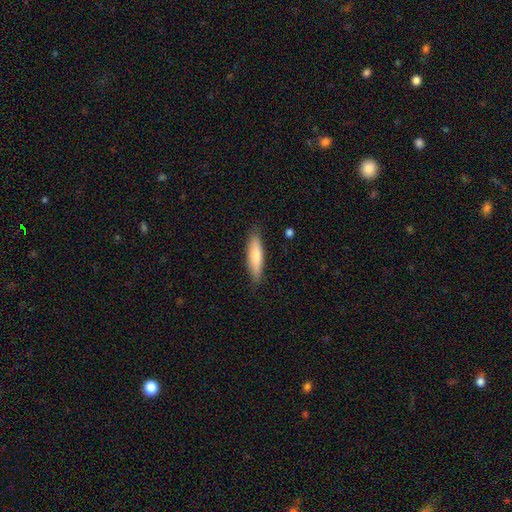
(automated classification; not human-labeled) Smooth or featured?
  - smooth: 75% *
  - featured or disk: 20%
  - star or artifact: 6%
How rounded?
  - cigar-shaped: 69% *
  - in between: 30%
  - round: 2%
Merging?
  - none: 84% *
  - minor disturbance: 13%
  - major disturbance: 2%
  - merger: 1%